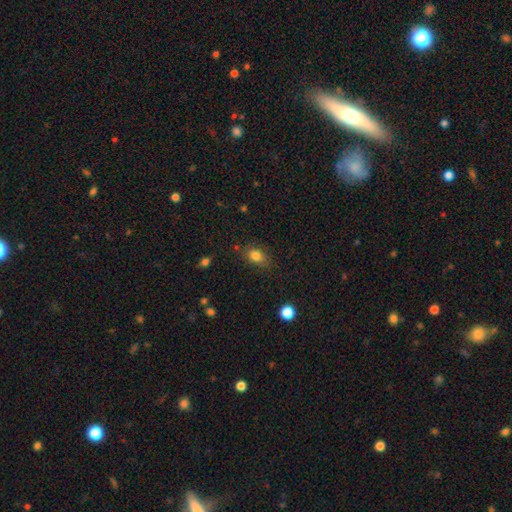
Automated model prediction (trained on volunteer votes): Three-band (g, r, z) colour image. It shows a smooth galaxy with no disk features (83%) that is in between round and cigar-shaped (77%). Merging: none (76%).